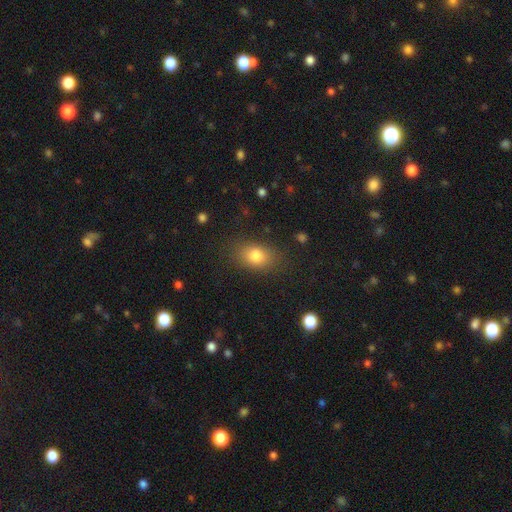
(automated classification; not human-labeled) smooth-or-featured: smooth: 80% | star or artifact: 11% | featured or disk: 10%
  how-rounded: in between: 78% | round: 20% | cigar-shaped: 2%
  merging: none: 82% | minor disturbance: 12% | major disturbance: 4% | merger: 1%